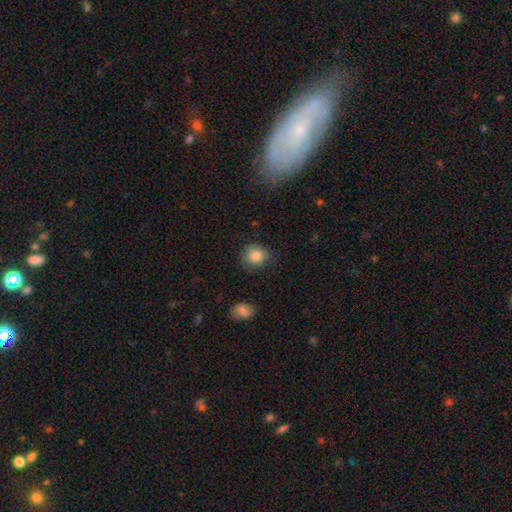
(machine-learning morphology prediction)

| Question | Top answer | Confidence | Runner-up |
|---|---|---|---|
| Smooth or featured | smooth | 85% | star or artifact (9%) |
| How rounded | round | 82% | in between (17%) |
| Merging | none | 79% | minor disturbance (16%) |